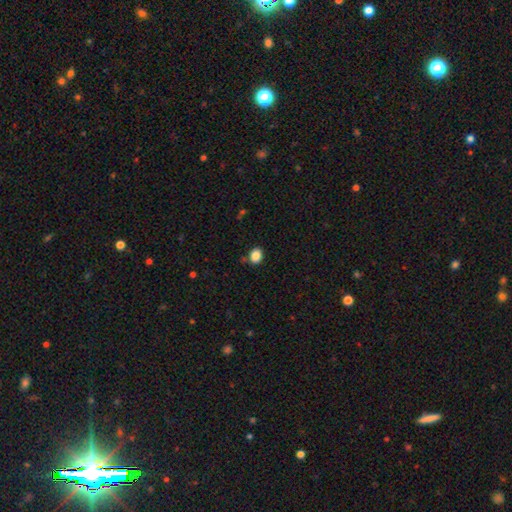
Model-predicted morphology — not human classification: Overall: smooth (87%). How rounded: in between (58%; round 41%). Merging: none (81%).